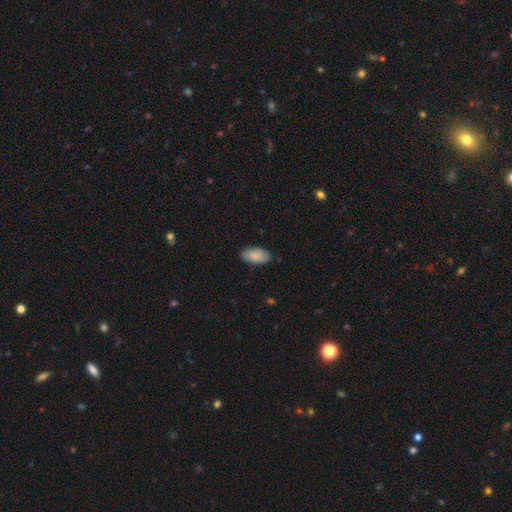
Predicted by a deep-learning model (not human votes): Smooth or featured? Predicted: smooth (p=0.86). How rounded? Predicted: in between (p=0.94). Merging? Predicted: none (p=0.84).